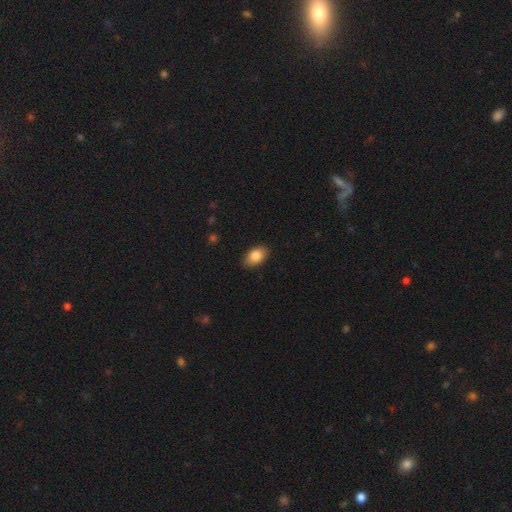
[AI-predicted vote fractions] smooth_or_featured: smooth (p=0.84) [alt: featured or disk p=0.09]
how_rounded: in between (p=0.90) [alt: round p=0.08]
merging: none (p=0.88) [alt: minor disturbance p=0.09]